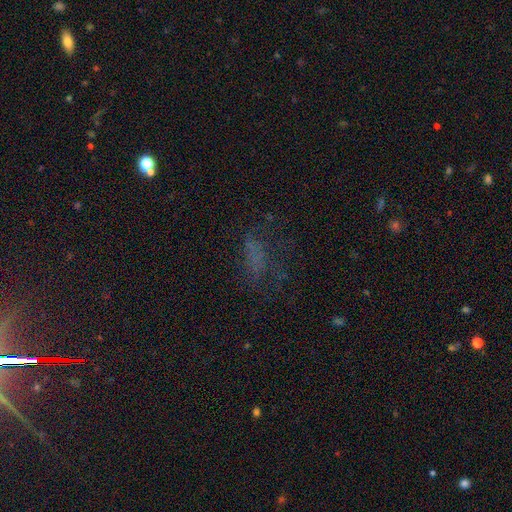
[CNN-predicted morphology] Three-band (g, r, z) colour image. It shows a smooth galaxy with no disk features (43%). Merging: none (47%).